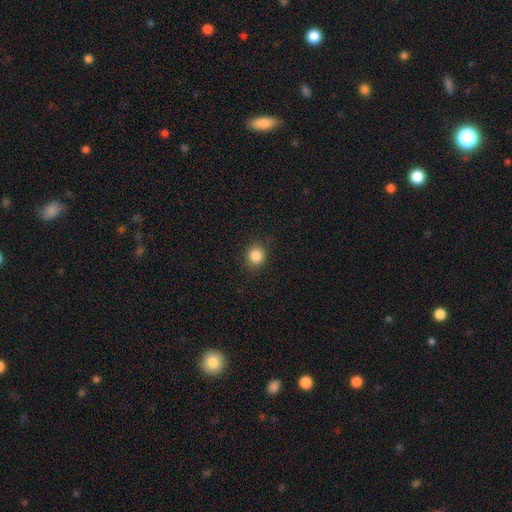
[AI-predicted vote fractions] smooth_or_featured: smooth (p=0.86) [alt: star or artifact p=0.10]
how_rounded: round (p=0.86) [alt: in between p=0.13]
merging: none (p=0.89) [alt: minor disturbance p=0.08]